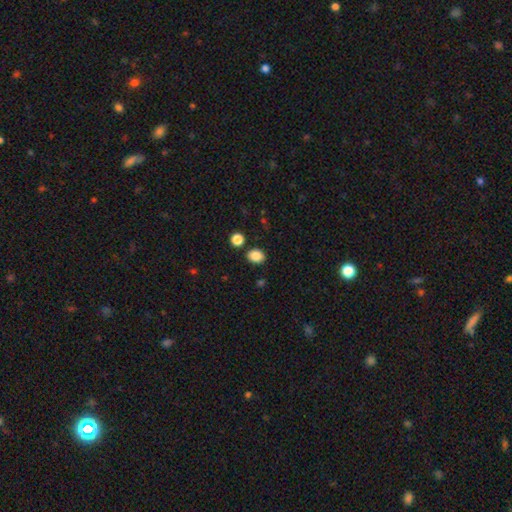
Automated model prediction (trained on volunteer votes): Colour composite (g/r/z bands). It shows a smooth galaxy with no disk features (86%) that is in between round and cigar-shaped (51%). Merging: none (84%).